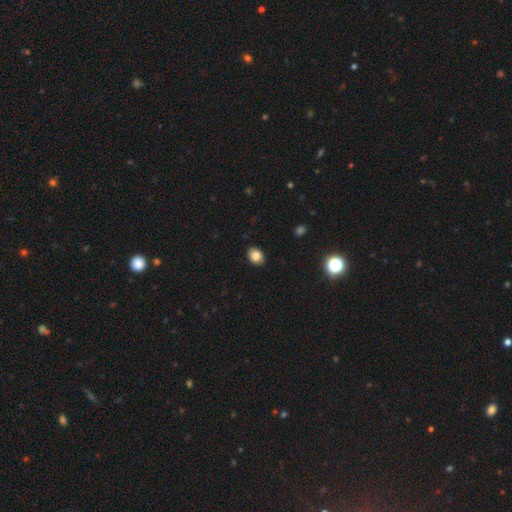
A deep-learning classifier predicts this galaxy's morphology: smooth-or-featured: smooth: 83% | star or artifact: 10% | featured or disk: 7%
  how-rounded: in between: 61% | round: 38% | cigar-shaped: 1%
  merging: none: 89% | minor disturbance: 9% | major disturbance: 2% | merger: 1%